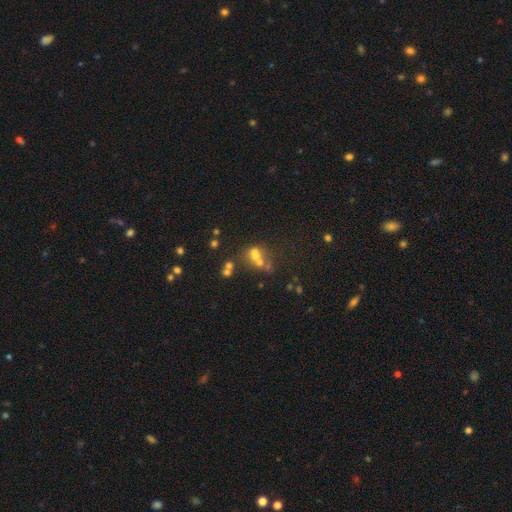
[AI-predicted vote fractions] This appears to be a smooth galaxy with no disk features (48%). Merging: merger (49%).